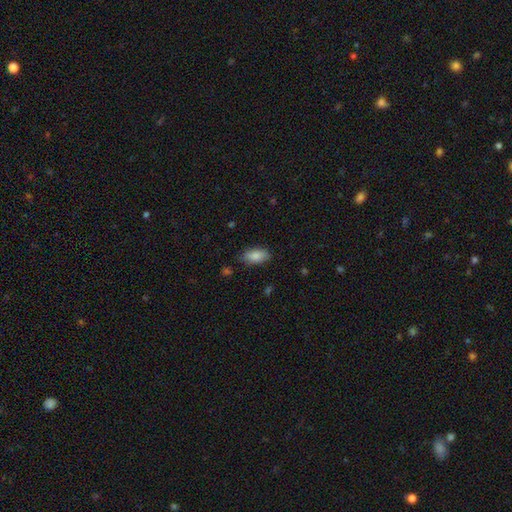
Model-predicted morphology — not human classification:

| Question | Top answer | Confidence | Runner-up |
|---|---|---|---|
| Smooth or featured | smooth | 85% | featured or disk (8%) |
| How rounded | in between | 91% | cigar-shaped (6%) |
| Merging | none | 82% | minor disturbance (14%) |